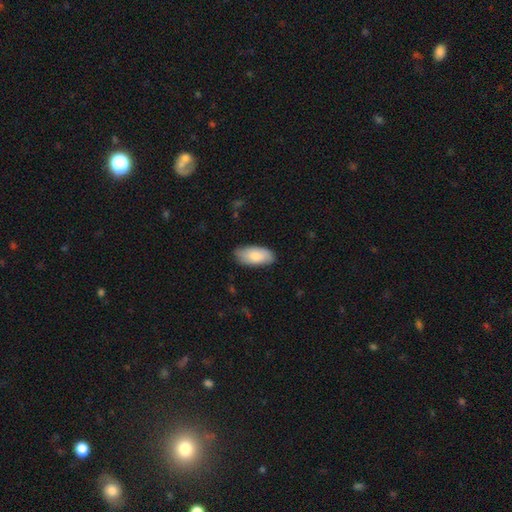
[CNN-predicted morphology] This appears to be a smooth galaxy with no disk features (81%) that is in between round and cigar-shaped (93%). Merging: none (81%).